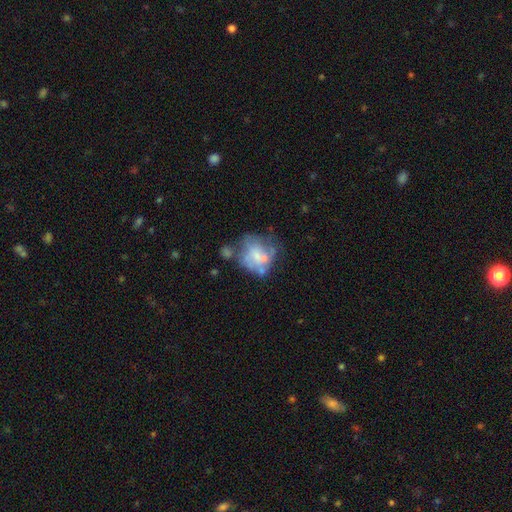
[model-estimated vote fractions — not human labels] This is possibly a featured or disk galaxy (50%). Merging: marginally none (32%).